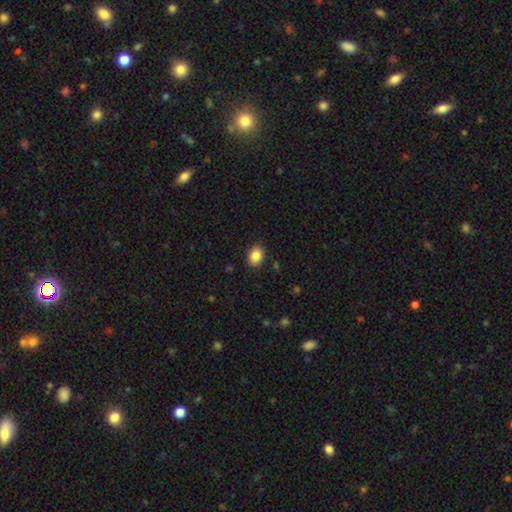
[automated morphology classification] Smooth or featured? smooth (87%)
How rounded? in between (70%)
Merging? none (87%)